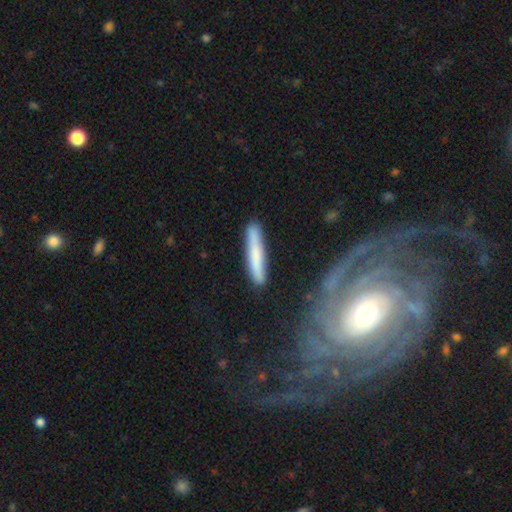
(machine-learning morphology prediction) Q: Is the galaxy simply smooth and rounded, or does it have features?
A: smooth — 65%.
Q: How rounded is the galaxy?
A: cigar-shaped — 92%.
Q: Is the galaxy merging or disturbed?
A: none — 82%.